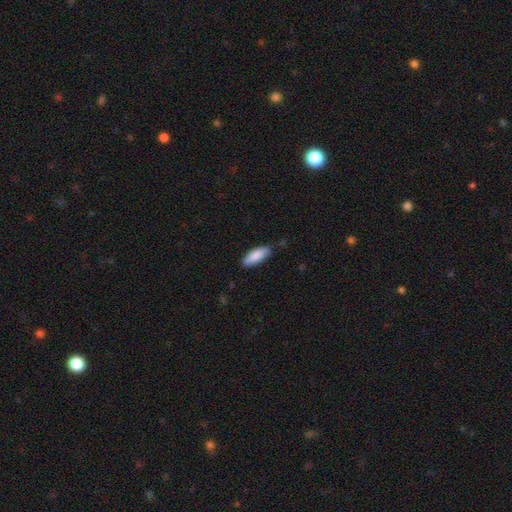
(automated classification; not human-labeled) Q: Smooth or featured?
A: smooth (88%); runner-up: featured or disk (7%)
Q: How rounded?
A: in between (68%); runner-up: cigar-shaped (31%)
Q: Merging?
A: none (83%); runner-up: minor disturbance (13%)